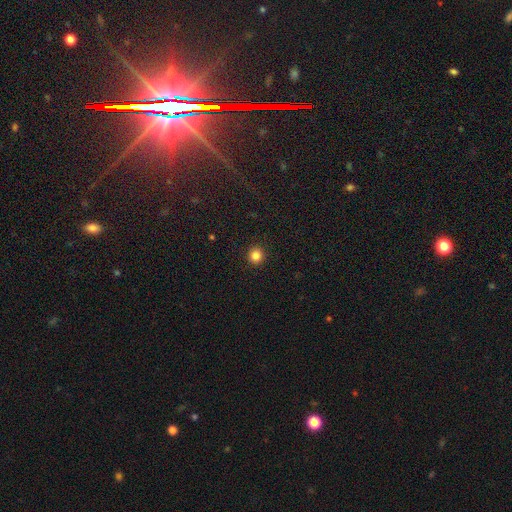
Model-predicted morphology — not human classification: Smooth or featured? Predicted: smooth (p=0.85). How rounded? Predicted: round (p=0.93). Merging? Predicted: none (p=0.93).